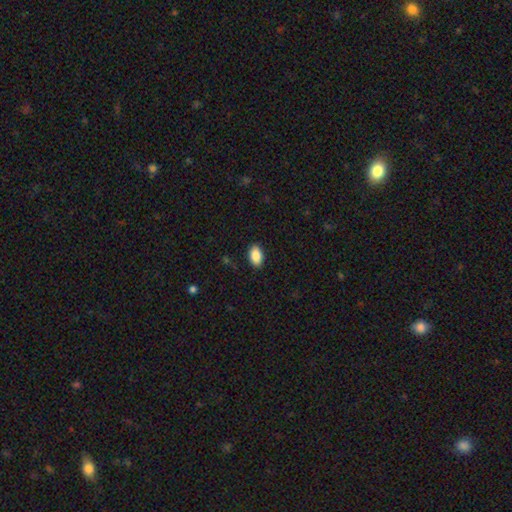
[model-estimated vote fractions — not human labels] smooth-or-featured: smooth: 88% | star or artifact: 7% | featured or disk: 5%
  how-rounded: in between: 92% | round: 5% | cigar-shaped: 2%
  merging: none: 89% | minor disturbance: 8% | major disturbance: 2% | merger: 1%